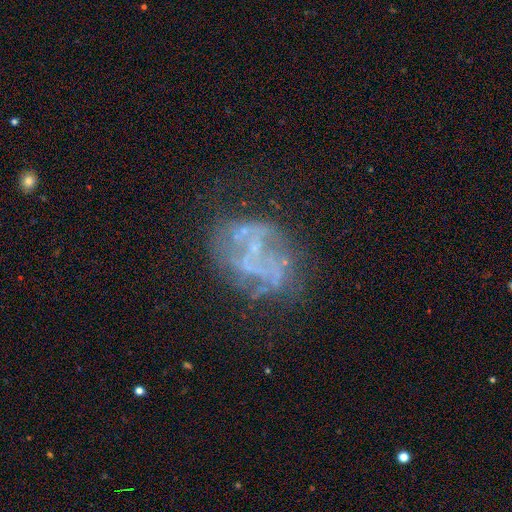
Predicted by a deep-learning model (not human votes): Smooth or featured? Predicted: featured or disk (p=0.72). Edge-on disk? Predicted: no (p=0.98). Bar? Predicted: no (p=0.76). Spiral arms? Predicted: no (p=0.68). Bulge size? Predicted: none (p=0.55). Merging? Predicted: none (p=0.52).